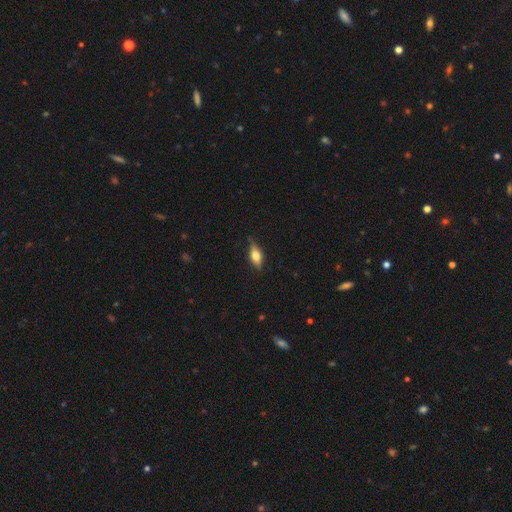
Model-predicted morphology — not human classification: smooth-or-featured: smooth: 55% | featured or disk: 38% | star or artifact: 7%
  how-rounded: in between: 74% | cigar-shaped: 20% | round: 5%
  merging: none: 74% | minor disturbance: 21% | major disturbance: 4% | merger: 1%